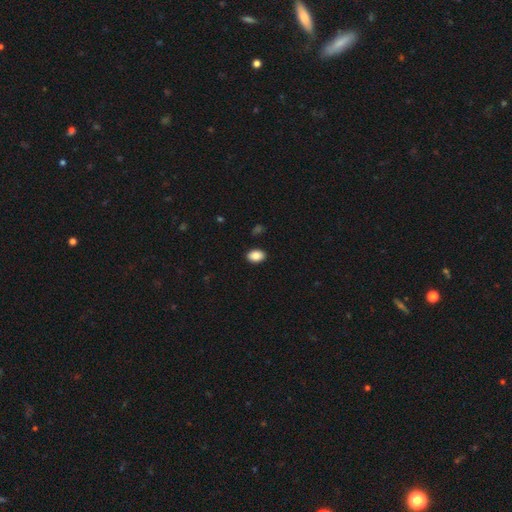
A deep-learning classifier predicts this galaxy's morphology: Q: Smooth or featured?
A: smooth (87%); runner-up: star or artifact (8%)
Q: How rounded?
A: in between (79%); runner-up: round (20%)
Q: Merging?
A: none (90%); runner-up: minor disturbance (7%)